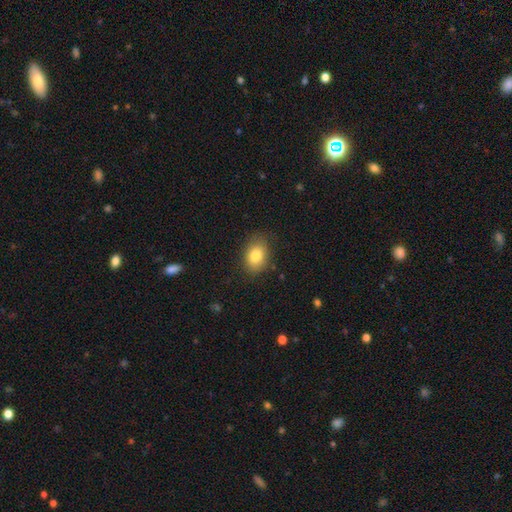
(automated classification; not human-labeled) This appears to be a smooth galaxy with no disk features (81%) that is in between round and cigar-shaped (74%). Merging: none (80%).